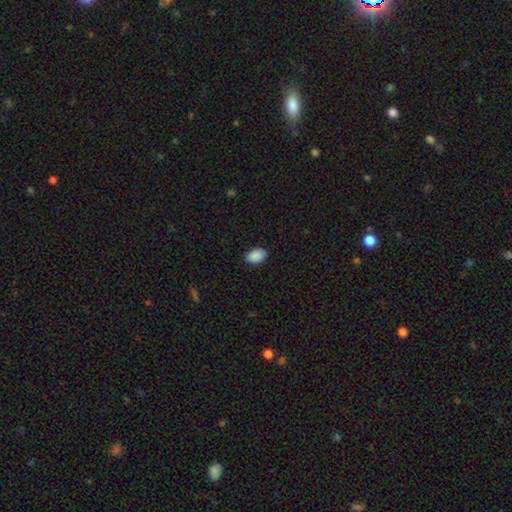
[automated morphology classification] Q: Smooth or featured?
A: smooth (91%); runner-up: star or artifact (7%)
Q: How rounded?
A: in between (90%); runner-up: round (9%)
Q: Merging?
A: none (88%); runner-up: minor disturbance (9%)